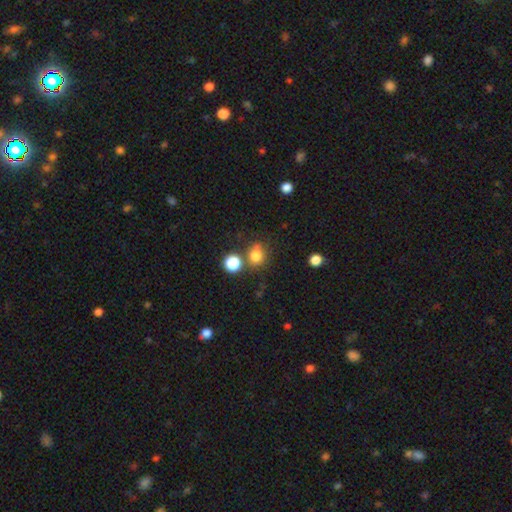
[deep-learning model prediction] The model was most divided on "merging": none: 64%, merger: 17%, minor disturbance: 14%, major disturbance: 6%. More confident: how rounded — round (81%); smooth or featured — smooth (79%).